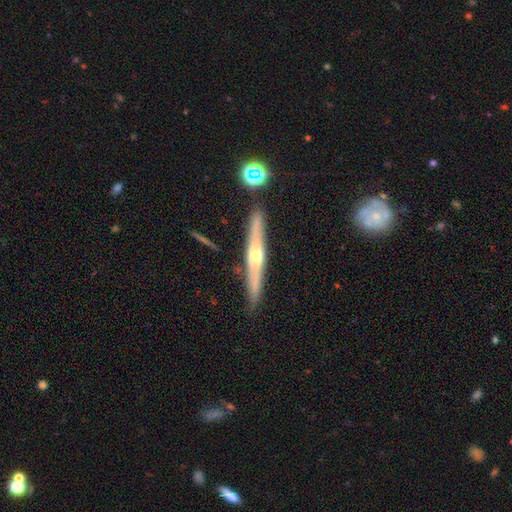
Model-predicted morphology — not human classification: smooth-or-featured: featured or disk: 69% | smooth: 24% | star or artifact: 7%
  disk-edge-on: yes: 95% | no: 5%
    edge-on-bulge: rounded: 82% | none: 13% | boxy: 5%
  merging: none: 87% | minor disturbance: 8% | merger: 3% | major disturbance: 2%